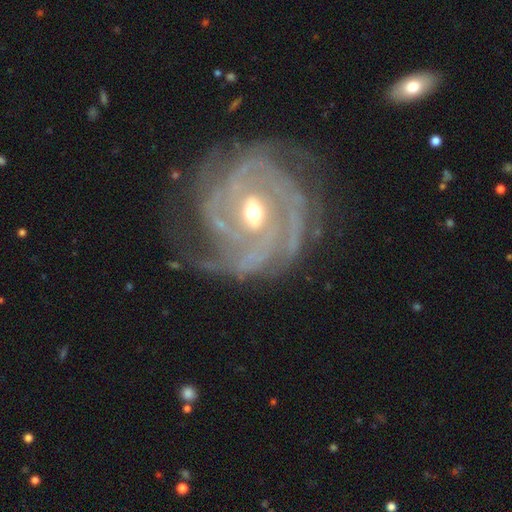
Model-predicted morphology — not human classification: This is clearly a featured or disk galaxy (91%). It is clearly not viewed edge-on (97%). Bar: marginally no (42%). Spiral arm pattern: clearly yes (98%). Spiral arm count: marginally 3 (30%). Spiral winding: likely tight (72%). Central bulge: likely moderate (64%). Merging: likely none (68%).